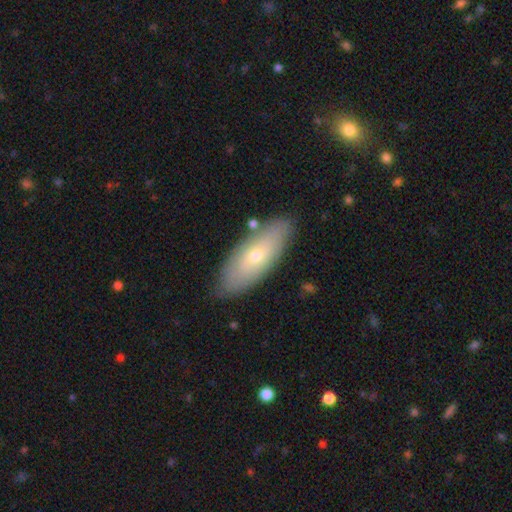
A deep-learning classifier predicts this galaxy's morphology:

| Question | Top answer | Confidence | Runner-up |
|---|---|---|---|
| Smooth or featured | smooth | 54% | featured or disk (40%) |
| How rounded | in between | 72% | cigar-shaped (25%) |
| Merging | none | 82% | minor disturbance (12%) |